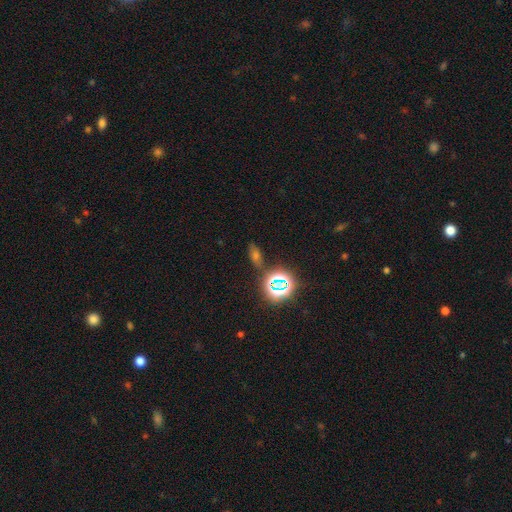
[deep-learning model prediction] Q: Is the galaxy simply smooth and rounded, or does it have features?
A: star or artifact — 50%.